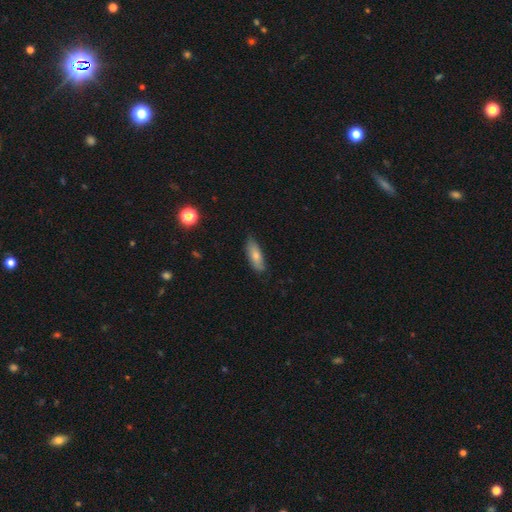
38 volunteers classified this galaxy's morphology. Volunteers were most divided on "how rounded": in between: 70%, cigar-shaped: 30%, round: 0%. More confident: smooth or featured — smooth (79%); merging — none (68%).